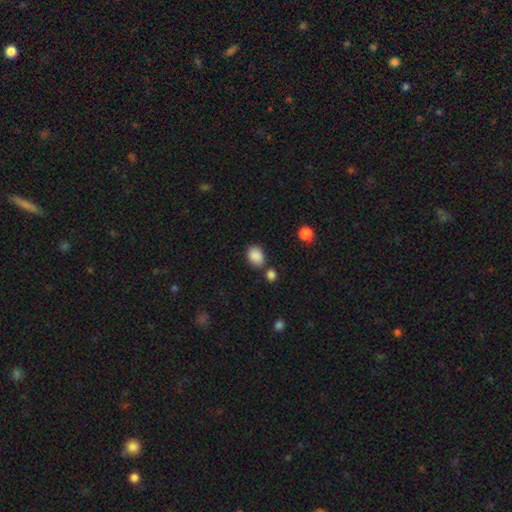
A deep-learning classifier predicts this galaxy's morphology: Overall: smooth (87%). How rounded: in between (62%; round 37%). Merging: none (69%).